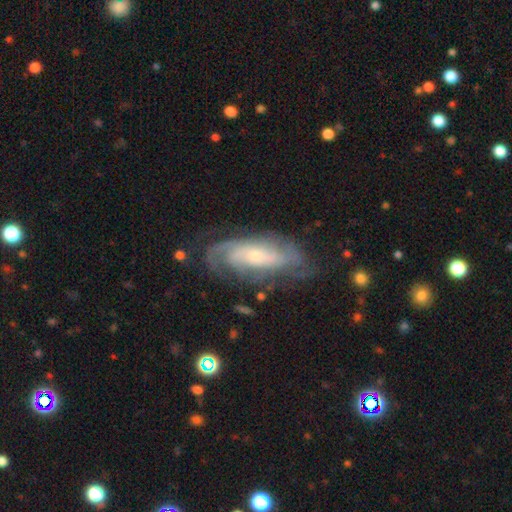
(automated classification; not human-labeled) Overall: featured or disk (81%). Edge-on disk: no (90%). Bar: no (63%; weak 28%). Spiral arms: yes (93%). Spiral arm count: can't tell (40%; 2 27%). Spiral winding: tight (56%; medium 33%). Bulge size: small (66%; moderate 27%). Merging: none (69%).